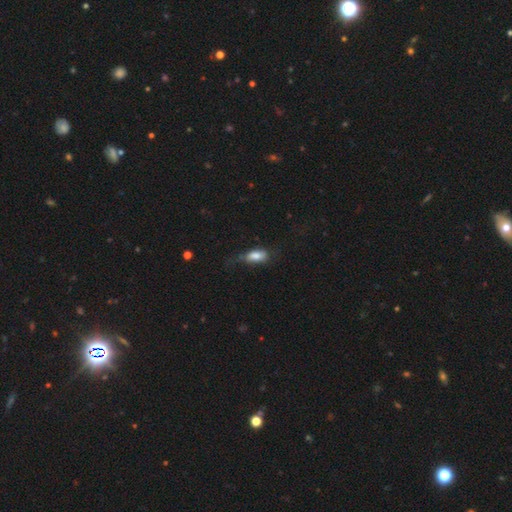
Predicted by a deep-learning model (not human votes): Overall: smooth (79%). How rounded: in between (85%). Merging: none (42%; minor disturbance 31%).